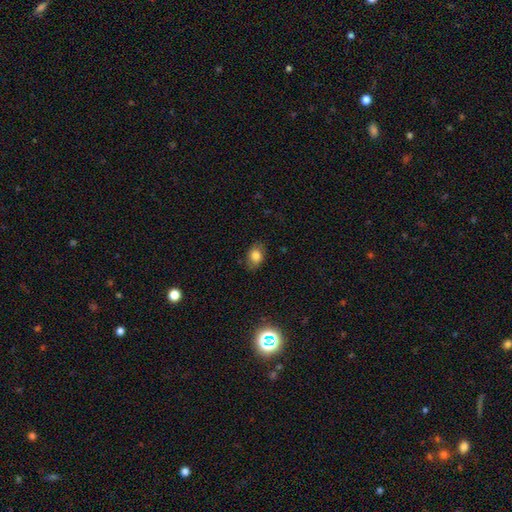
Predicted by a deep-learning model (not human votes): This is clearly a smooth galaxy (80%). How rounded: likely in between (77%). Merging: clearly none (81%).